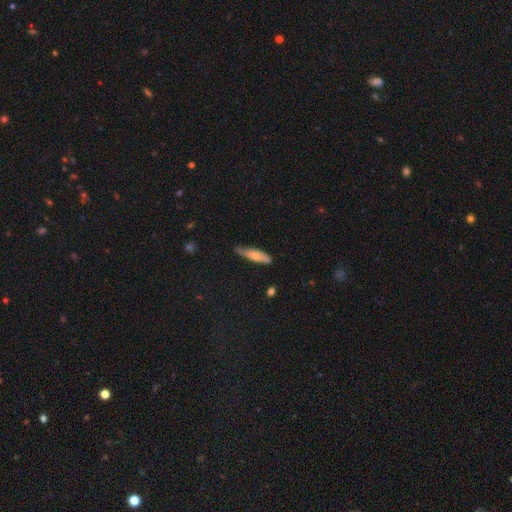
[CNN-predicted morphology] This appears to be a smooth galaxy with no disk features (65%) that is cigar-shaped (65%). Merging: none (60%).